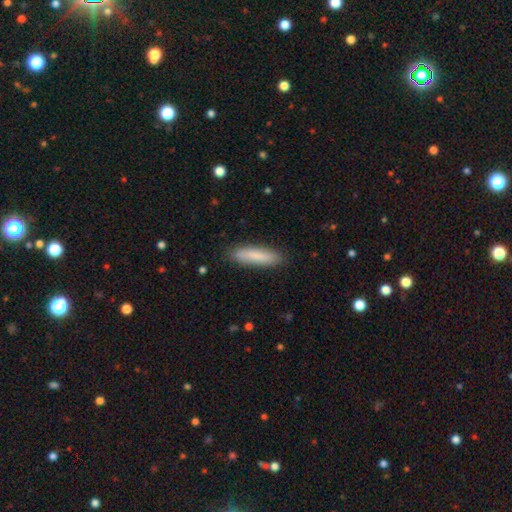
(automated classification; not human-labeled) smooth 84%, featured or disk 10%, star or artifact 6%. Down the decision tree: how rounded — cigar-shaped (76%); merging — none (87%).